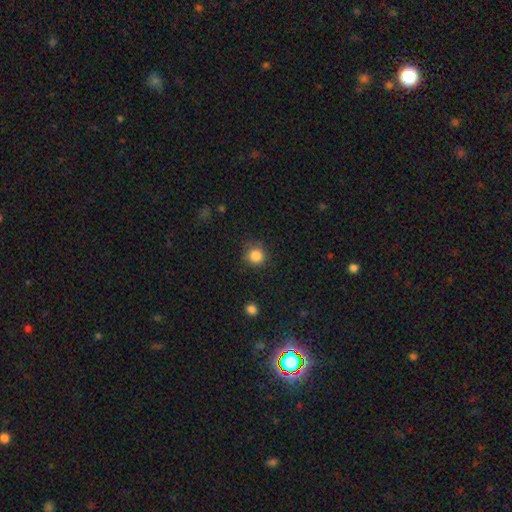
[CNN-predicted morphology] type=smooth (86%); roundness=round (92%); merging=none (83%).